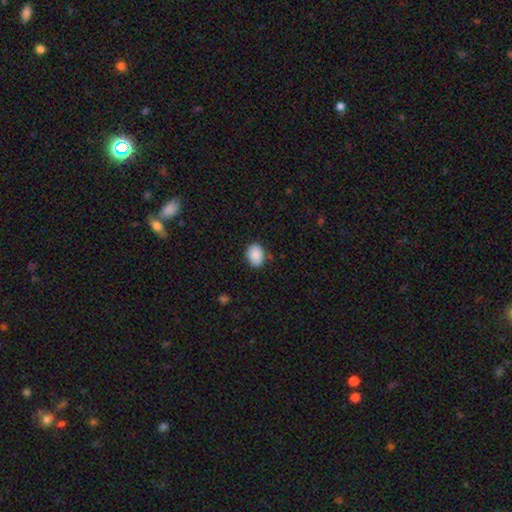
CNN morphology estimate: Smooth or featured?
  - smooth: 89% *
  - star or artifact: 7%
  - featured or disk: 4%
How rounded?
  - in between: 69% *
  - round: 30%
  - cigar-shaped: 1%
Merging?
  - none: 83% *
  - minor disturbance: 13%
  - major disturbance: 3%
  - merger: 1%